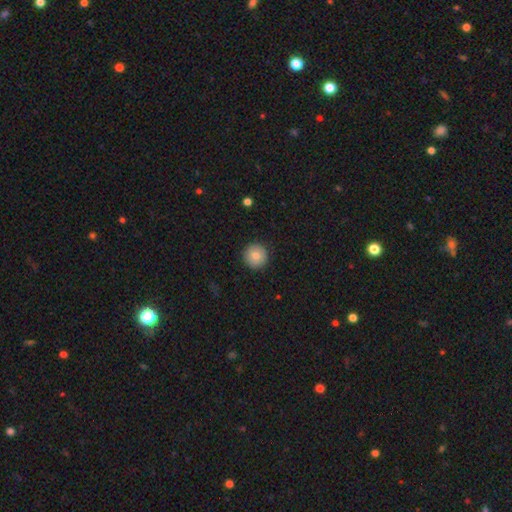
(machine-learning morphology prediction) The model was most divided on "smooth or featured": smooth: 82%, featured or disk: 9%, star or artifact: 9%. More confident: how rounded — round (96%); merging — none (92%).